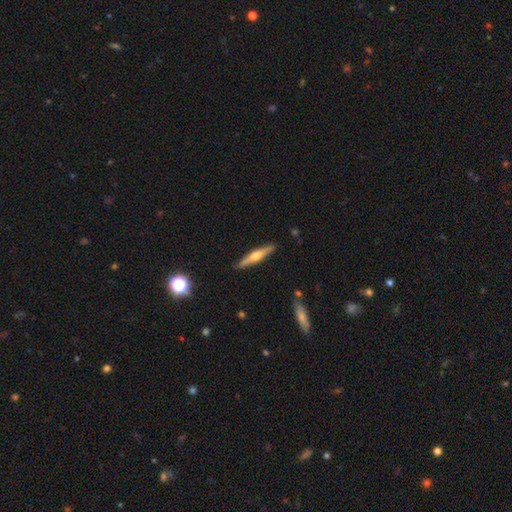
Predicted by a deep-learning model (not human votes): Smooth or featured? featured or disk (63%)
Edge-on disk? yes (96%)
Edge-on bulge? rounded (92%)
Merging? none (89%)